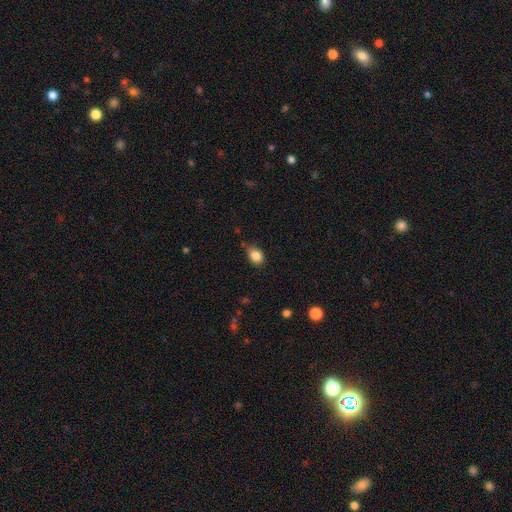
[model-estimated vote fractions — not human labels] smooth_or_featured: smooth (p=0.86) [alt: star or artifact p=0.09]
how_rounded: in between (p=0.57) [alt: round p=0.42]
merging: none (p=0.68) [alt: minor disturbance p=0.24]